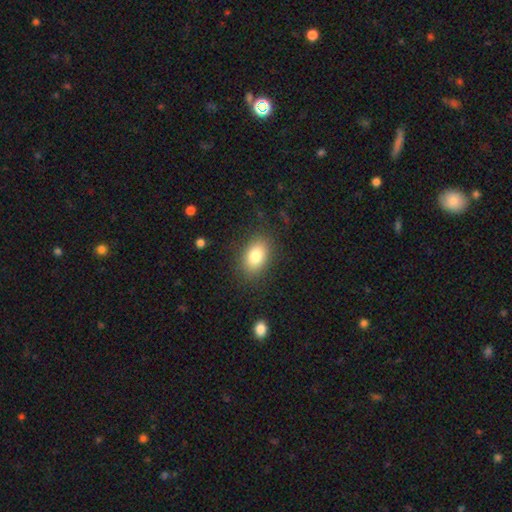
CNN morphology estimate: This appears to be a smooth galaxy with no disk features (81%) that is in between round and cigar-shaped (82%). Merging: none (84%).